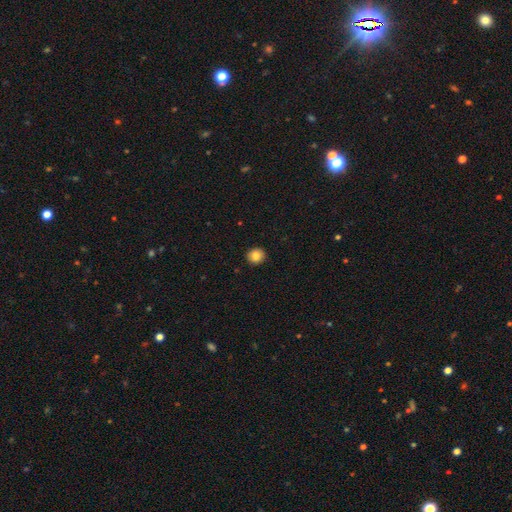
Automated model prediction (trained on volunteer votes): Smooth or featured?
  - smooth: 84% *
  - star or artifact: 9%
  - featured or disk: 7%
How rounded?
  - round: 90% *
  - in between: 9%
  - cigar-shaped: 1%
Merging?
  - none: 92% *
  - minor disturbance: 5%
  - major disturbance: 1%
  - merger: 1%